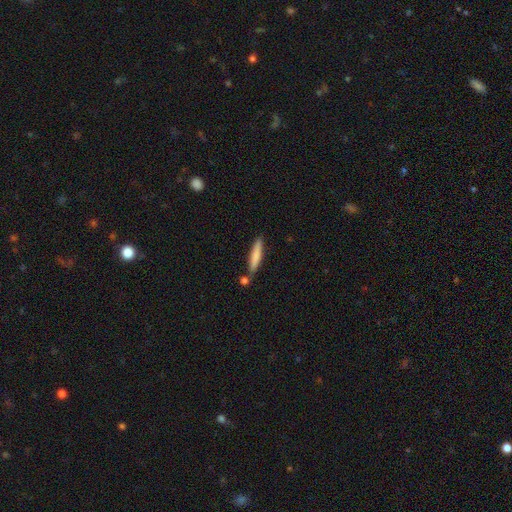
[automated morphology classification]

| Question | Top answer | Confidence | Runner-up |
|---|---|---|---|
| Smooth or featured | smooth | 74% | featured or disk (20%) |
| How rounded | cigar-shaped | 90% | in between (9%) |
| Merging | none | 71% | minor disturbance (14%) |